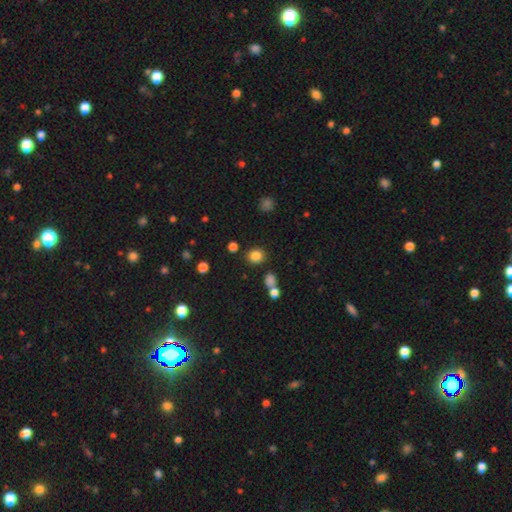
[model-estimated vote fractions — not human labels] smooth-or-featured: smooth: 83% | star or artifact: 12% | featured or disk: 5%
  how-rounded: round: 77% | in between: 22% | cigar-shaped: 1%
  merging: none: 82% | minor disturbance: 9% | merger: 6% | major disturbance: 3%